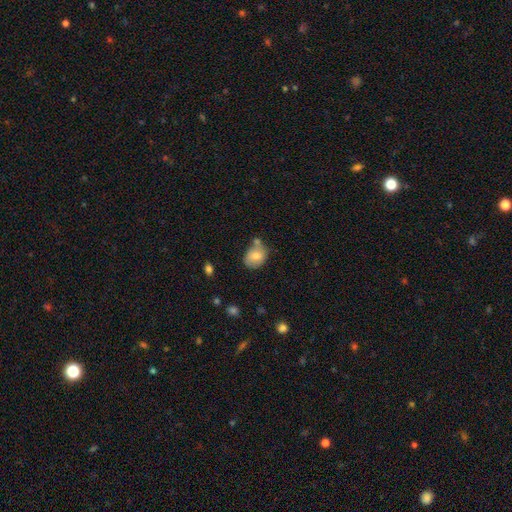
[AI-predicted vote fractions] smooth_or_featured: smooth (p=0.75) [alt: featured or disk p=0.17]
how_rounded: in between (p=0.57) [alt: round p=0.42]
merging: none (p=0.51) [alt: minor disturbance p=0.22]